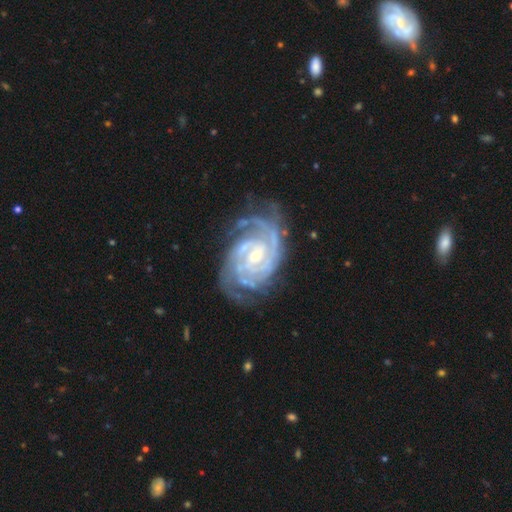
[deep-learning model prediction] Smooth or featured? Predicted: featured or disk (p=0.93). Edge-on disk? Predicted: no (p=0.98). Bar? Predicted: weak (p=0.45). Spiral arms? Predicted: yes (p=0.98). Spiral winding? Predicted: tight (p=0.70). Spiral arm count? Predicted: 3 (p=0.26). Bulge size? Predicted: small (p=0.62). Merging? Predicted: none (p=0.67).